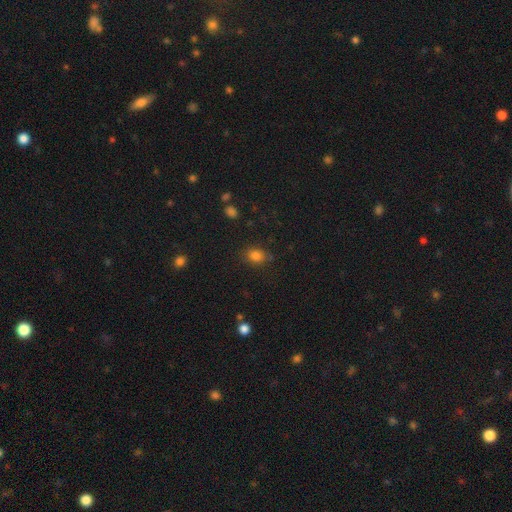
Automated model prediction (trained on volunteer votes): A smooth galaxy with no disk features (81%) that is in between round and cigar-shaped (58%).

Vote fractions:
- Smooth or featured? smooth: 81% / star or artifact: 12% / featured or disk: 6%
- How rounded? in between: 58% / round: 41% / cigar-shaped: 1%
- Merging? none: 78% / minor disturbance: 15% / major disturbance: 4% / merger: 2%